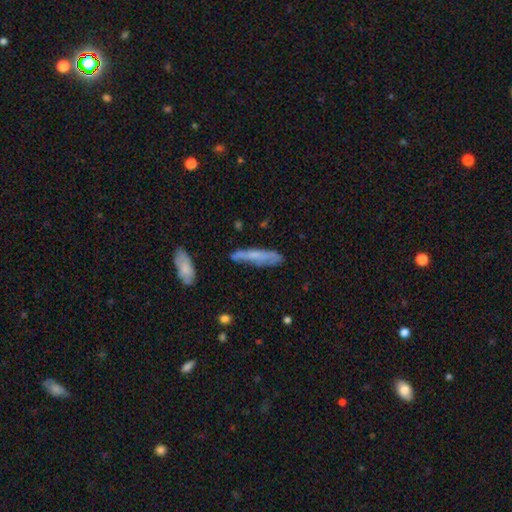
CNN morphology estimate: Smooth or featured?
  - smooth: 53% *
  - featured or disk: 38%
  - star or artifact: 9%
How rounded?
  - cigar-shaped: 84% *
  - in between: 14%
  - round: 2%
Merging?
  - none: 62% *
  - minor disturbance: 24%
  - major disturbance: 8%
  - merger: 5%